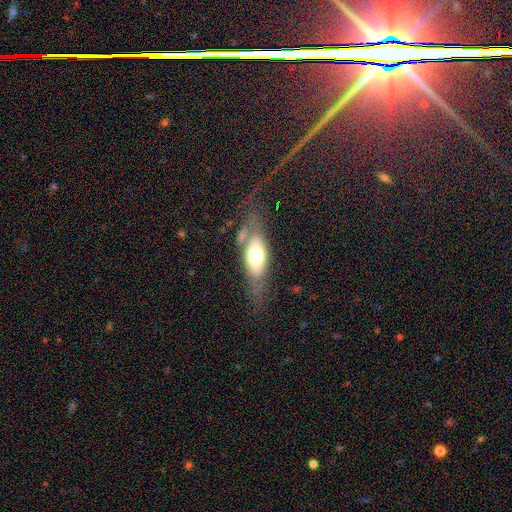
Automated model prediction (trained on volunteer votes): A smooth galaxy with no disk features (49%).

Vote fractions:
- Smooth or featured? smooth: 49% / featured or disk: 44% / star or artifact: 7%
- Merging? none: 57% / minor disturbance: 21% / major disturbance: 14% / merger: 8%